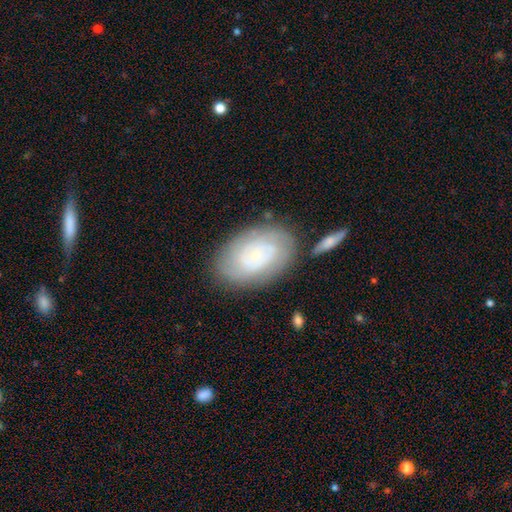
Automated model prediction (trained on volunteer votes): smooth_or_featured: featured or disk (p=0.66) [alt: smooth p=0.27]
disk_edge_on: no (p=0.96) [alt: yes p=0.04]
bar: no (p=0.76) [alt: weak p=0.20]
has_spiral_arms: yes (p=0.88) [alt: no p=0.12]
spiral_winding: tight (p=0.73) [alt: medium p=0.21]
spiral_arm_count: can't tell (p=0.43) [alt: 2 p=0.33]
bulge_size: small (p=0.79) [alt: moderate p=0.10]
merging: none (p=0.75) [alt: minor disturbance p=0.15]